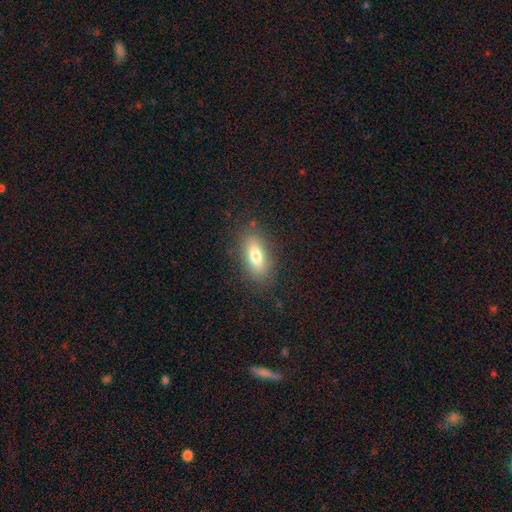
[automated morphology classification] Smooth or featured?
  - smooth: 74% *
  - featured or disk: 17%
  - star or artifact: 9%
How rounded?
  - in between: 78% *
  - cigar-shaped: 18%
  - round: 4%
Merging?
  - none: 84% *
  - minor disturbance: 11%
  - major disturbance: 4%
  - merger: 1%